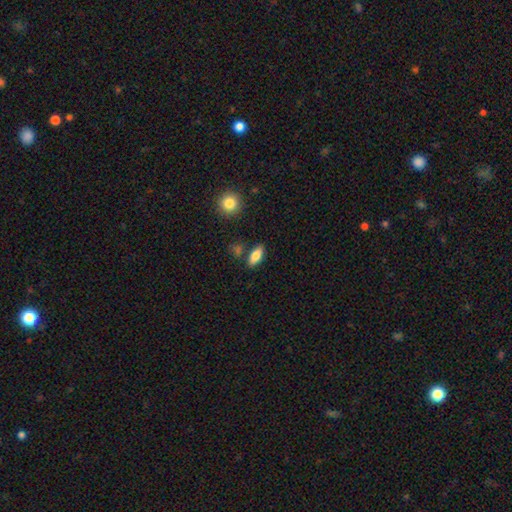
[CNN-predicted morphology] A smooth galaxy with no disk features (80%) that is in between round and cigar-shaped (82%).

Vote fractions:
- Smooth or featured? smooth: 80% / featured or disk: 13% / star or artifact: 7%
- How rounded? in between: 82% / cigar-shaped: 14% / round: 4%
- Merging? none: 81% / minor disturbance: 11% / merger: 6% / major disturbance: 3%